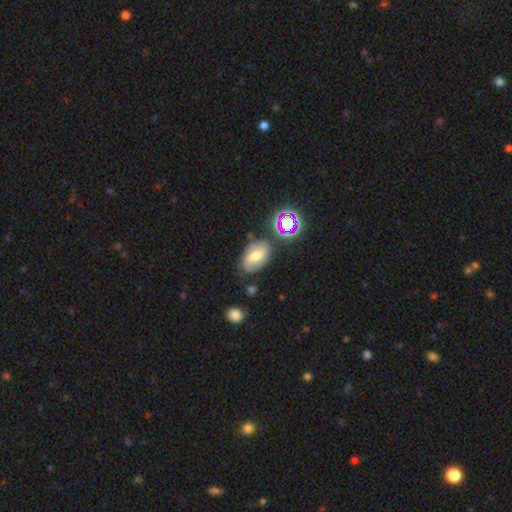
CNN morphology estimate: smooth_or_featured: smooth (p=0.48) [alt: featured or disk p=0.35]
merging: none (p=0.64) [alt: minor disturbance p=0.23]